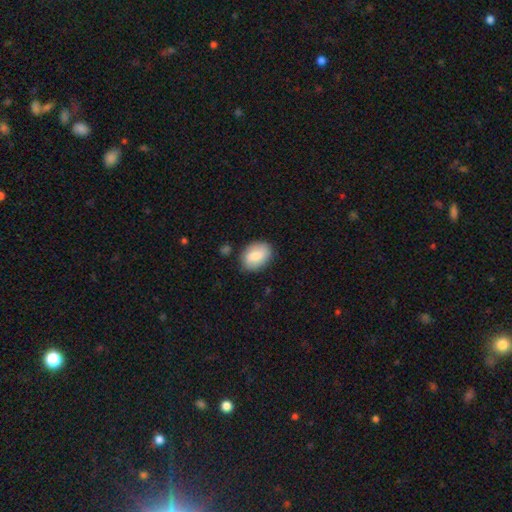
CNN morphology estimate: This is likely a smooth galaxy (79%). How rounded: likely in between (75%). Merging: clearly none (81%).